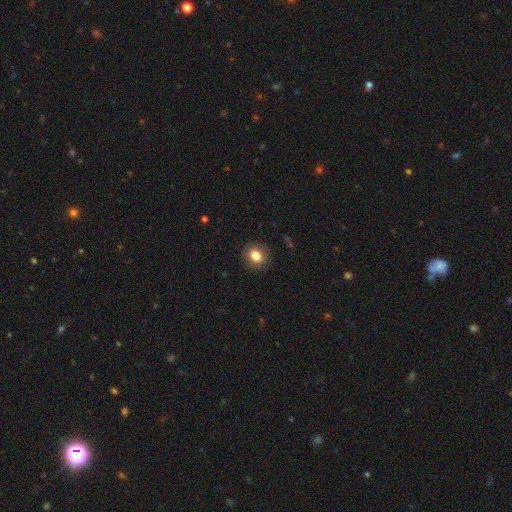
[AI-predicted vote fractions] The model was most divided on "how rounded": round: 66%, in between: 33%, cigar-shaped: 1%. More confident: merging — none (89%); smooth or featured — smooth (83%).